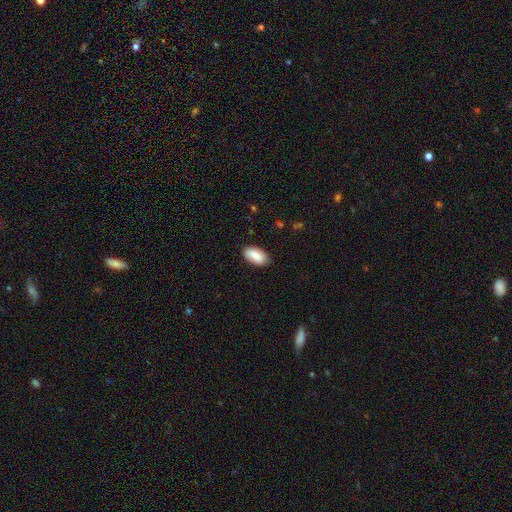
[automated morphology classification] Overall: smooth (79%). How rounded: in between (94%). Merging: none (85%).